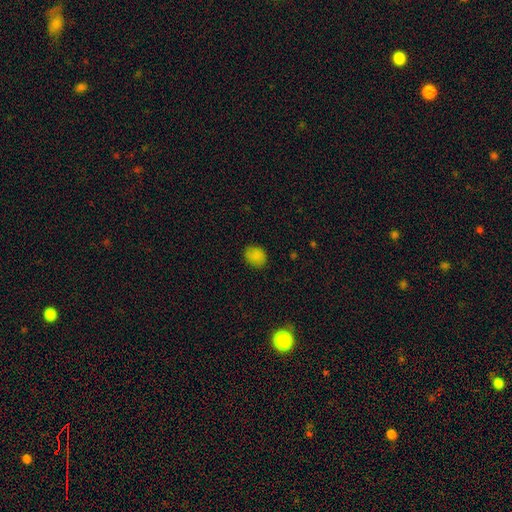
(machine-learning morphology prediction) Q: Smooth or featured?
A: smooth (83%); runner-up: star or artifact (12%)
Q: How rounded?
A: round (58%); runner-up: in between (41%)
Q: Merging?
A: none (84%); runner-up: minor disturbance (12%)